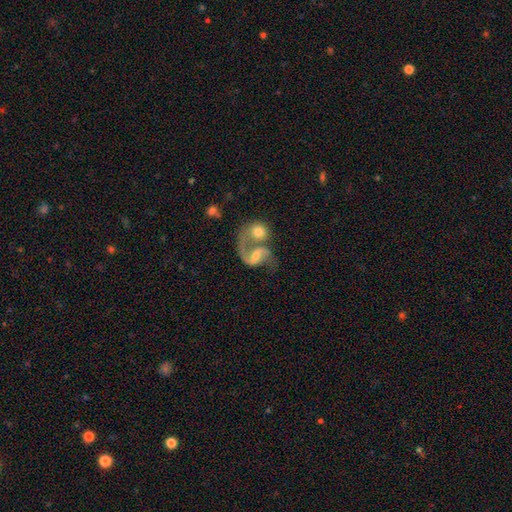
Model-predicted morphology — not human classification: Q: Smooth or featured?
A: featured or disk (80%); runner-up: smooth (14%)
Q: Edge-on disk?
A: no (98%); runner-up: yes (2%)
Q: Bar?
A: weak (47%); runner-up: no (31%)
Q: Spiral arms?
A: yes (92%); runner-up: no (8%)
Q: Spiral winding?
A: loose (63%); runner-up: medium (31%)
Q: Spiral arm count?
A: 2 (73%); runner-up: 1 (21%)
Q: Bulge size?
A: moderate (46%); runner-up: small (37%)
Q: Merging?
A: merger (55%); runner-up: none (24%)